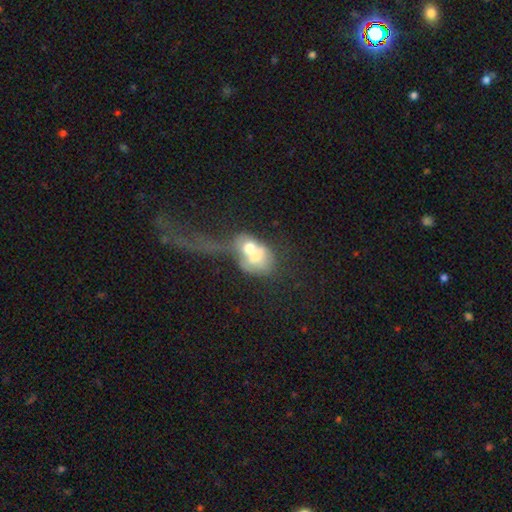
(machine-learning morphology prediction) Smooth or featured? Predicted: smooth (p=0.51). How rounded? Predicted: in between (p=0.65). Merging? Predicted: merger (p=0.62).